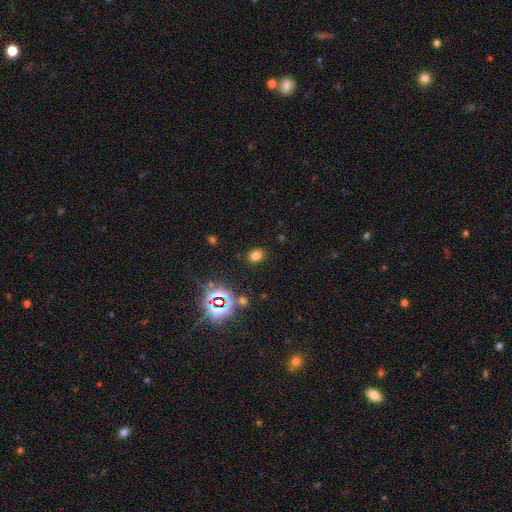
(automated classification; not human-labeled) A smooth galaxy with no disk features (69%) that is round (56%).

Vote fractions:
- Smooth or featured? smooth: 69% / star or artifact: 25% / featured or disk: 7%
- How rounded? round: 56% / in between: 43% / cigar-shaped: 1%
- Merging? none: 84% / minor disturbance: 10% / major disturbance: 4% / merger: 2%